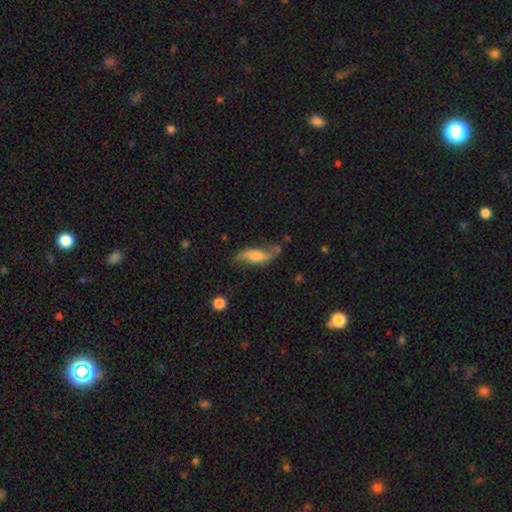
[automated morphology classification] Smooth or featured: featured or disk — 62% (smooth — 30%)
Edge-on disk: no — 79% (yes — 21%)
Merging: none — 60% (minor disturbance — 24%)